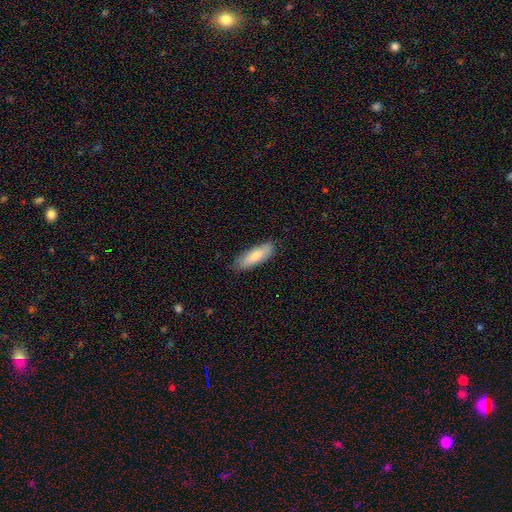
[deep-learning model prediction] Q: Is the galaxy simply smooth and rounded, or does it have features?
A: smooth — 79%.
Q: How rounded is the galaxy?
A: in between — 54%.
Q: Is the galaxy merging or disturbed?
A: none — 83%.